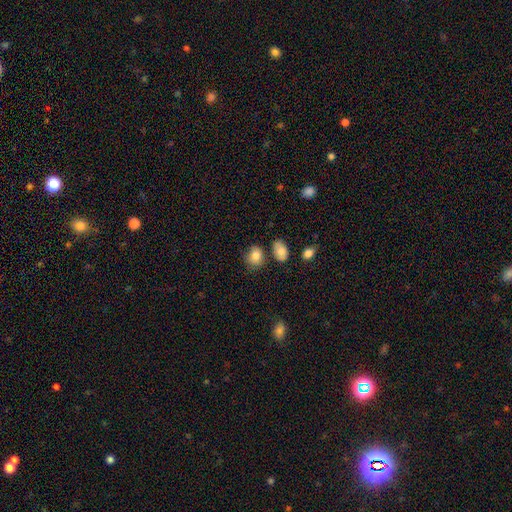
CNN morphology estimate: A smooth galaxy with no disk features (82%) that is in between round and cigar-shaped (50%). Merging: none (70%).